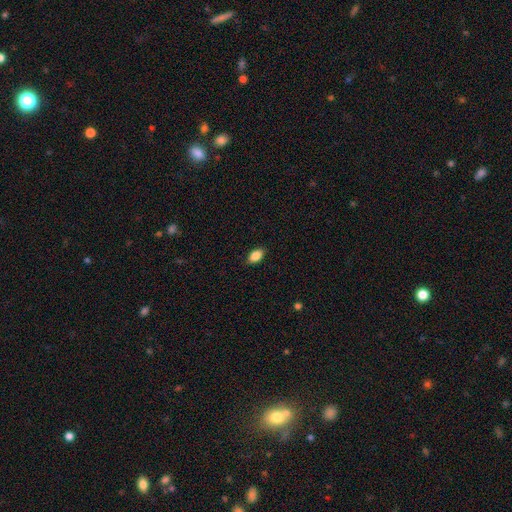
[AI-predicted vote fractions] Smooth or featured? Predicted: smooth (p=0.87). How rounded? Predicted: in between (p=0.91). Merging? Predicted: none (p=0.88).